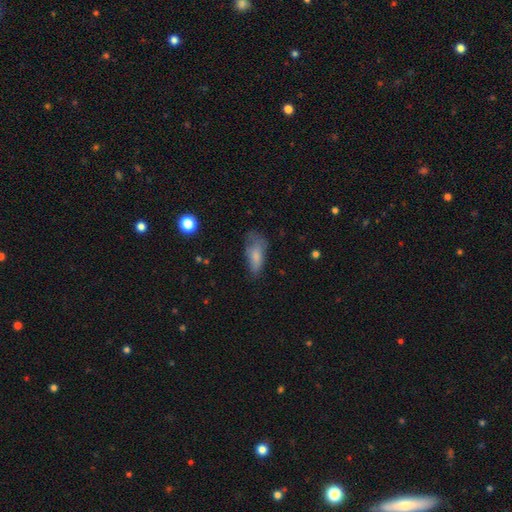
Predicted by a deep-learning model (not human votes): Morphology: type=smooth (74%); roundness=in between (83%); merging=none (41%).